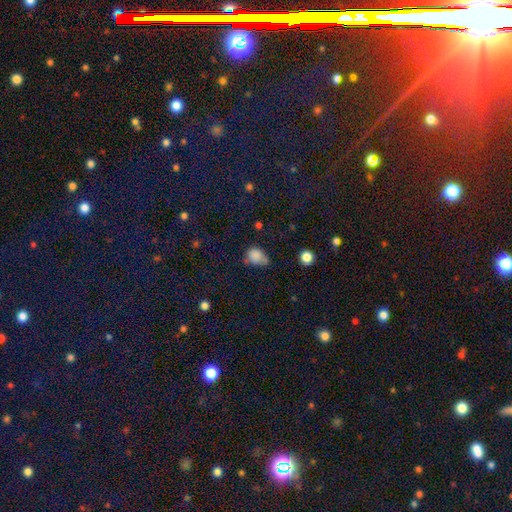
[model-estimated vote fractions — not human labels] Morphology: type=smooth (81%); roundness=in between (54%); merging=minor disturbance (40%).